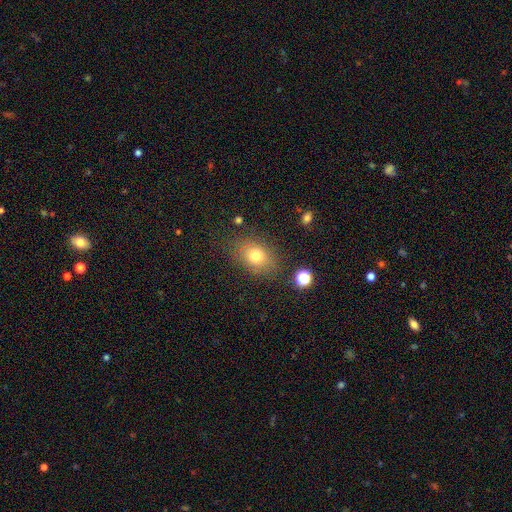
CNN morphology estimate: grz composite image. It shows a smooth galaxy with no disk features (74%) that is in between round and cigar-shaped (67%). Merging: none (79%).